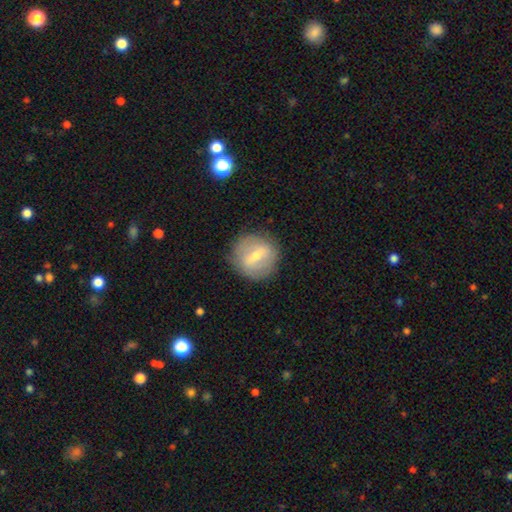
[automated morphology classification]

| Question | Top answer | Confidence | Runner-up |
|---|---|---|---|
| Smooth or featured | featured or disk | 50% | smooth (42%) |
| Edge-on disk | no | 90% | yes (10%) |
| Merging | none | 83% | minor disturbance (12%) |